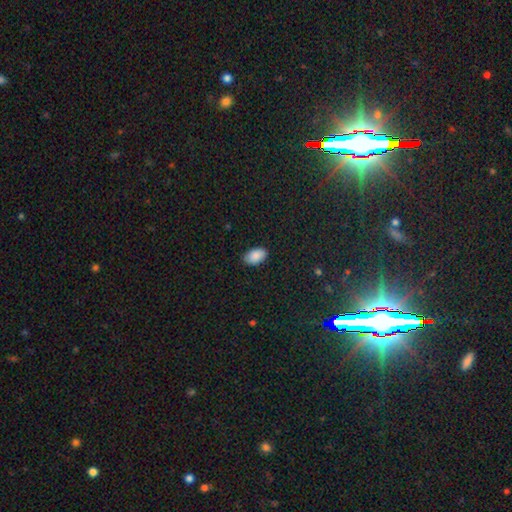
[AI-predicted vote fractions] The model was most divided on "merging": none: 85%, minor disturbance: 11%, major disturbance: 2%, merger: 1%. More confident: how rounded — in between (93%); smooth or featured — smooth (88%).